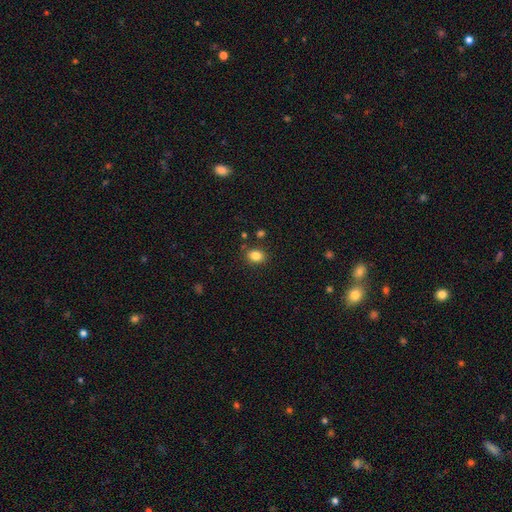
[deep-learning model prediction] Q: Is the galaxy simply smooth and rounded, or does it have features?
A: smooth — 84%.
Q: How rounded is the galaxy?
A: in between — 51%.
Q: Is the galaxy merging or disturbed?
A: none — 83%.